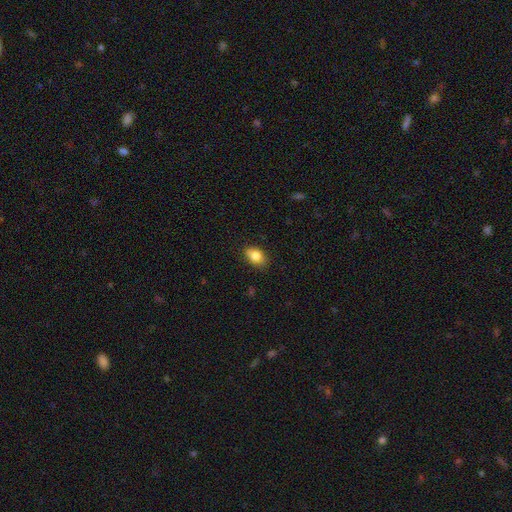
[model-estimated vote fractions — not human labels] This is clearly a smooth galaxy (83%). How rounded: likely in between (78%). Merging: likely none (71%).